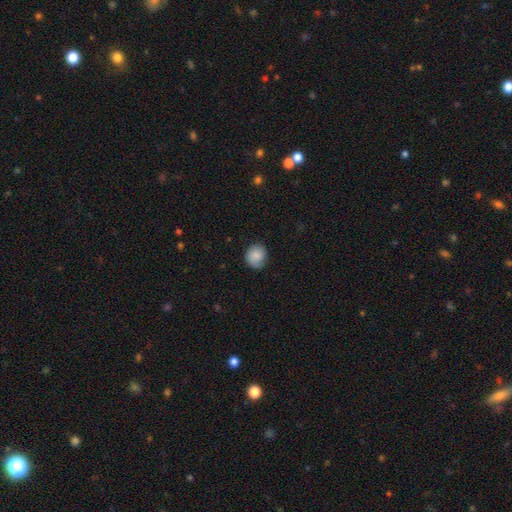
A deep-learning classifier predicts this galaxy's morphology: type=smooth (80%); roundness=round (80%); merging=none (72%).